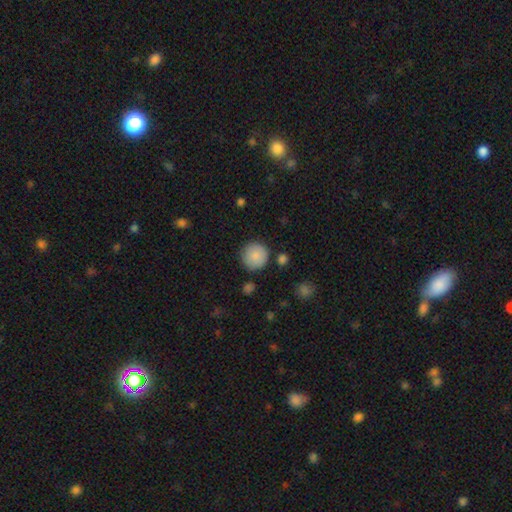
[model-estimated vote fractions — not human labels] smooth_or_featured: smooth (p=0.86) [alt: star or artifact p=0.08]
how_rounded: round (p=0.95) [alt: in between p=0.04]
merging: none (p=0.84) [alt: minor disturbance p=0.10]